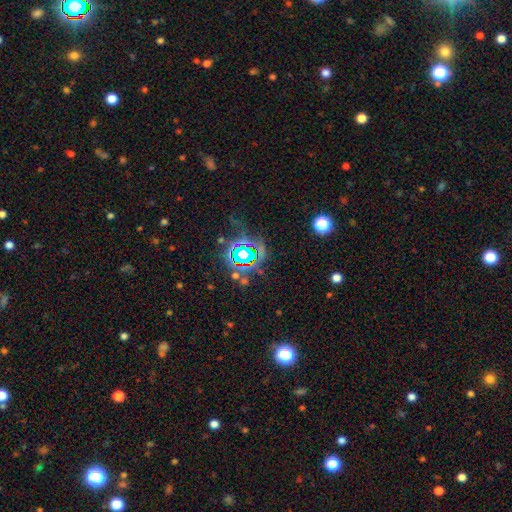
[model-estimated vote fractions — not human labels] Q: Smooth or featured?
A: star or artifact (76%); runner-up: smooth (14%)